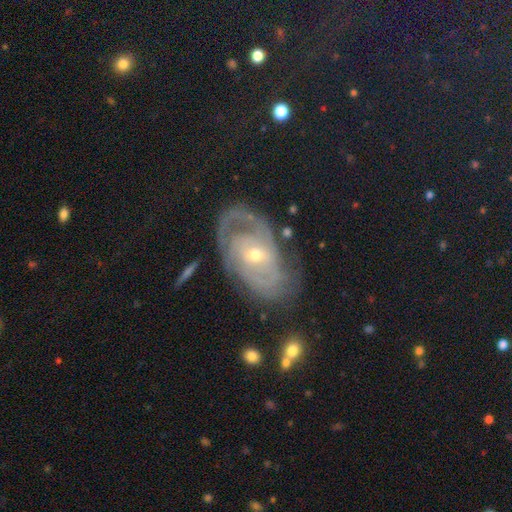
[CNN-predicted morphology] type=featured or disk (80%); edge-on=no (95%); bar=no (63%); spiral arms=yes (89%); winding=tight (64%); arm count=2 (39%); bulge=small (59%); merging=none (66%).